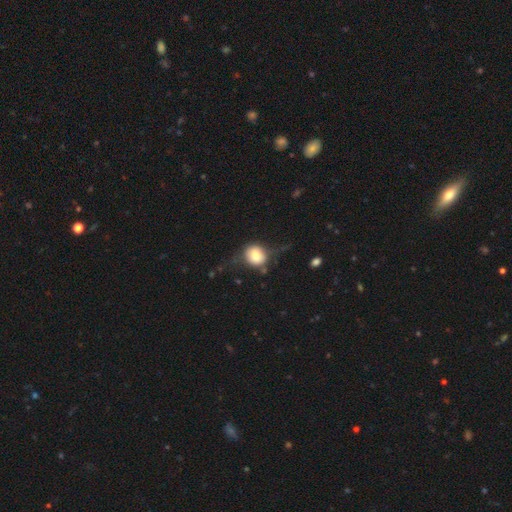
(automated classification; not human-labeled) Morphology: type=smooth (68%); roundness=round (67%); merging=none (48%).